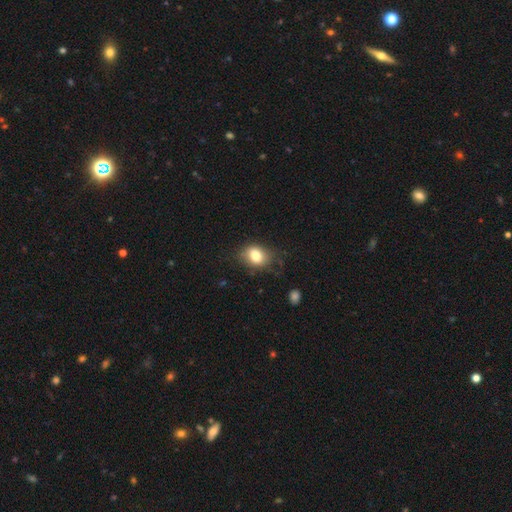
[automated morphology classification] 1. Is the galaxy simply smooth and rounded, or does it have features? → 80% smooth, 11% featured or disk, 9% star or artifact.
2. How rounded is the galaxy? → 62% in between, 37% round, 1% cigar-shaped.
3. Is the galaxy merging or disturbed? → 65% none, 24% minor disturbance, 9% major disturbance, 2% merger.